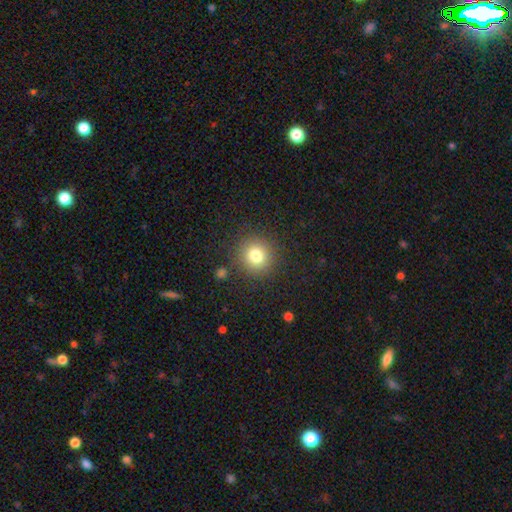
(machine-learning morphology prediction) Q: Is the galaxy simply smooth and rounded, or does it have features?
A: smooth — 79%.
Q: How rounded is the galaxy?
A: round — 91%.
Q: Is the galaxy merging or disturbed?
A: none — 88%.